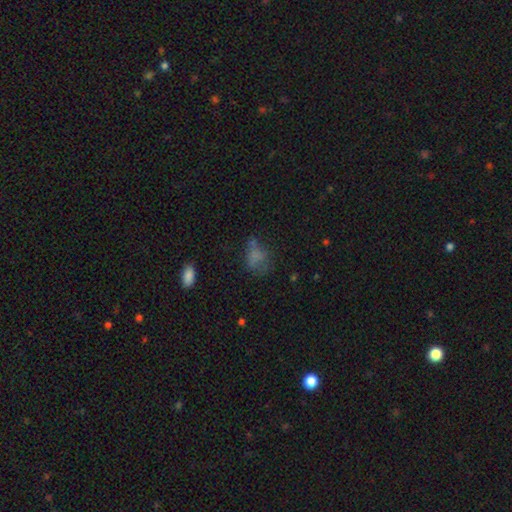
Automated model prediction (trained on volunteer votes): Morphology: type=smooth (63%); roundness=in between (65%); merging=none (40%).